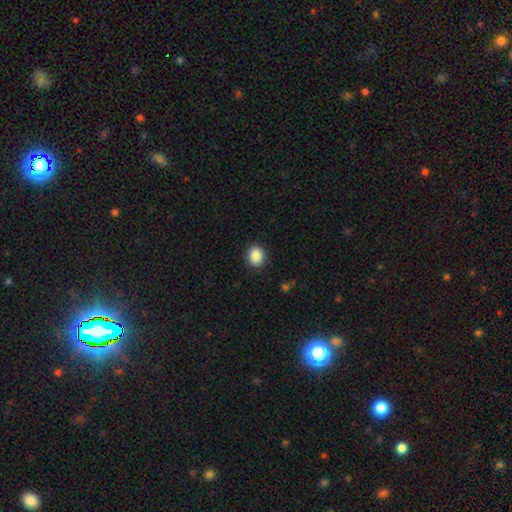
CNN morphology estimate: smooth 88%, star or artifact 8%, featured or disk 3%. Down the decision tree: how rounded — round (65%); merging — none (91%).